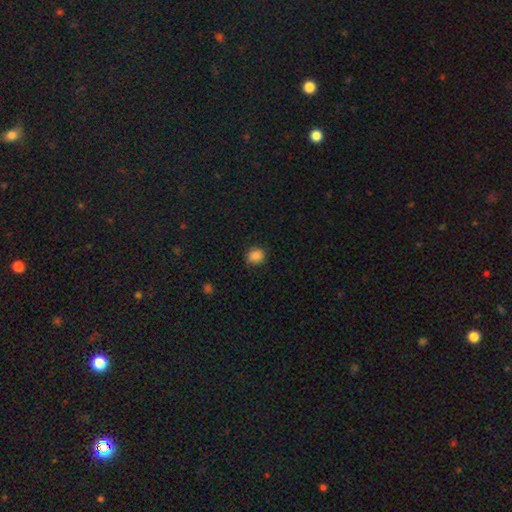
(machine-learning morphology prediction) A smooth galaxy with no disk features (85%) that is round (78%). Merging: none (83%).